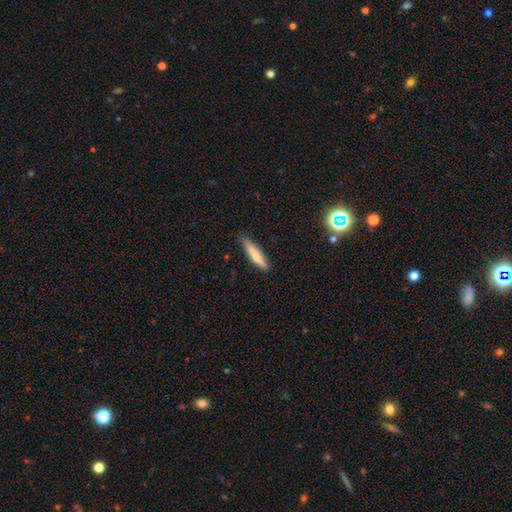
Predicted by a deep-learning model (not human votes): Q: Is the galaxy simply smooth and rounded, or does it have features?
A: smooth — 77%.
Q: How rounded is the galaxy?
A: cigar-shaped — 86%.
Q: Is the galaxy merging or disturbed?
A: none — 83%.